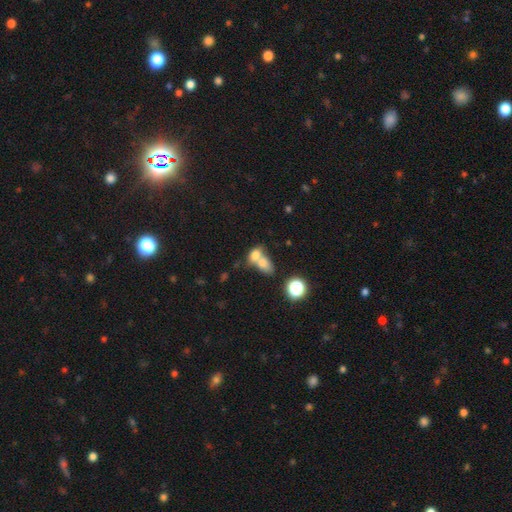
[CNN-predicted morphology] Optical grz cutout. It shows a smooth galaxy with no disk features (73%) that is in between round and cigar-shaped (74%). Merging: merger (67%).